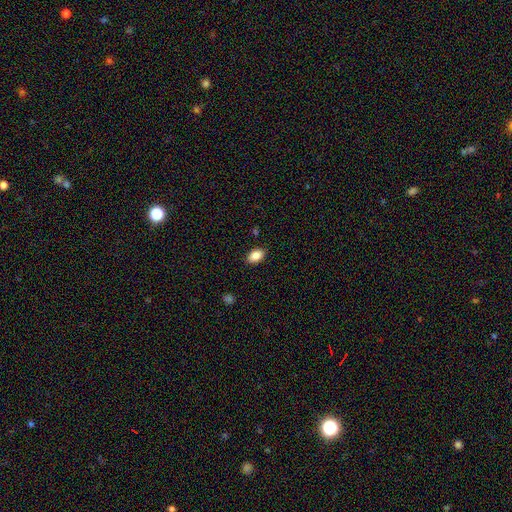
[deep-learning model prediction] The model was most divided on "smooth or featured": smooth: 87%, star or artifact: 8%, featured or disk: 5%. More confident: how rounded — in between (90%); merging — none (88%).